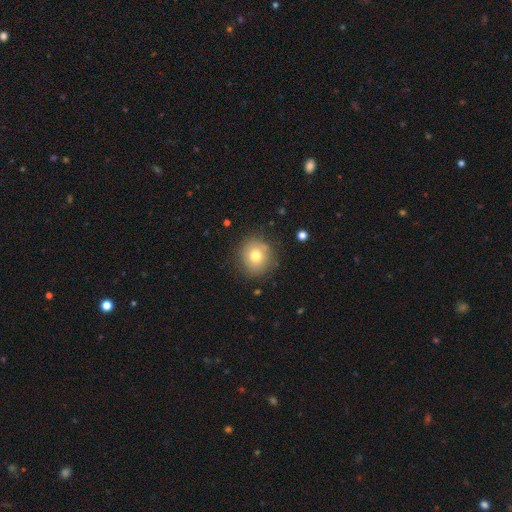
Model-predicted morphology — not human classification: A smooth galaxy with no disk features (75%) that is round (89%). Merging: none (84%).